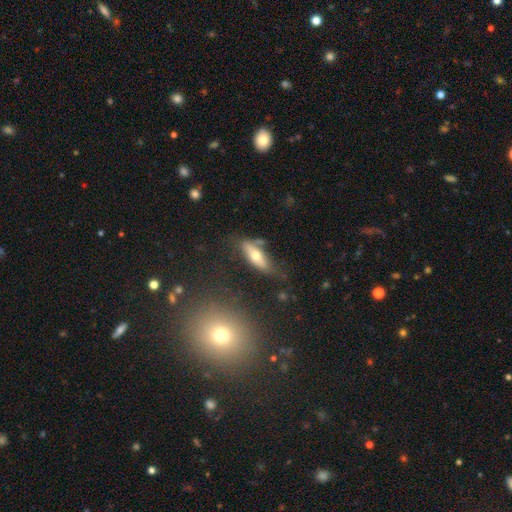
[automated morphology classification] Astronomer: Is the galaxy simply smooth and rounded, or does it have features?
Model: smooth — 58% (runner-up: featured or disk, 35%).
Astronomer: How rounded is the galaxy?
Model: in between — 56% (runner-up: cigar-shaped, 41%).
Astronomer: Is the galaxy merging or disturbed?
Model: none — 60%.